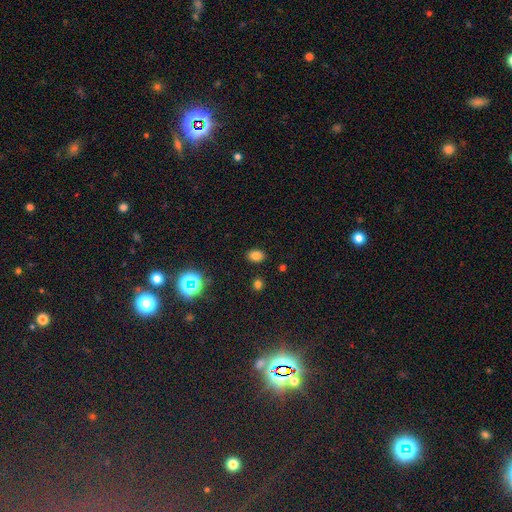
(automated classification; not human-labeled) smooth 78%, star or artifact 17%, featured or disk 5%. Down the decision tree: how rounded — in between (73%); merging — none (87%).